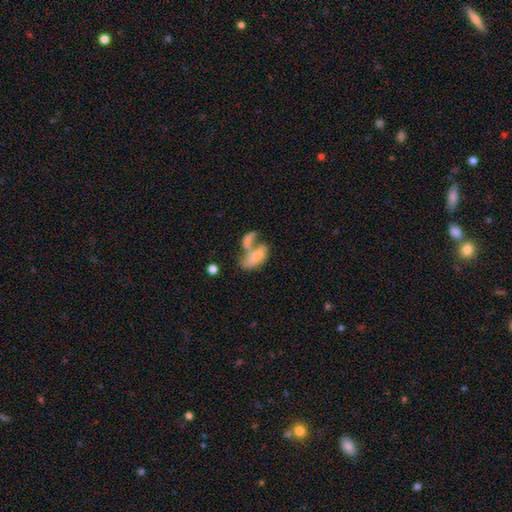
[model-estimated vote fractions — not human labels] This is possibly a smooth galaxy (57%). How rounded: clearly in between (84%). Merging: possibly merger (57%).